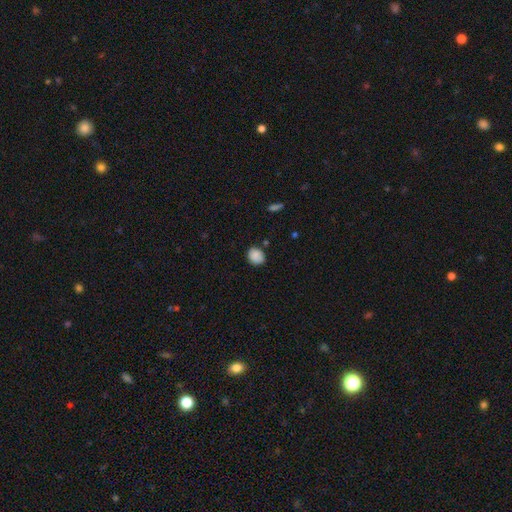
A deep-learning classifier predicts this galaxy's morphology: Overall: smooth (88%). How rounded: round (67%; in between 32%). Merging: none (79%).